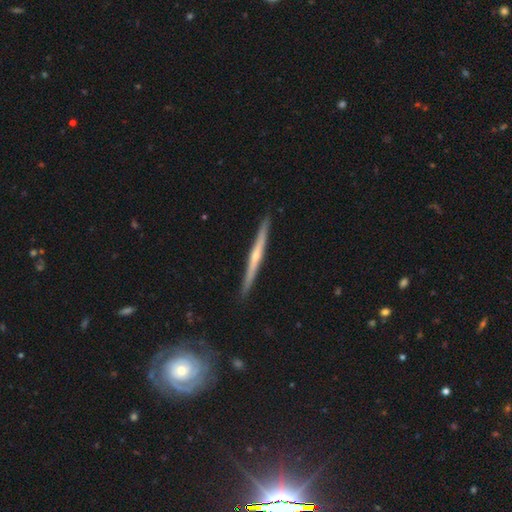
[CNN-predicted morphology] smooth-or-featured: featured or disk: 79% | smooth: 15% | star or artifact: 7%
  disk-edge-on: yes: 97% | no: 3%
    edge-on-bulge: rounded: 69% | none: 24% | boxy: 8%
  merging: none: 88% | minor disturbance: 9% | merger: 2% | major disturbance: 2%